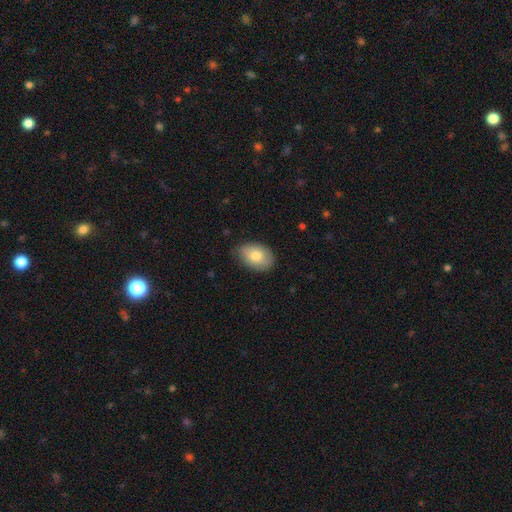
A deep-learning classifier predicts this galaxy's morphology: type=smooth (78%); roundness=in between (86%); merging=none (75%).